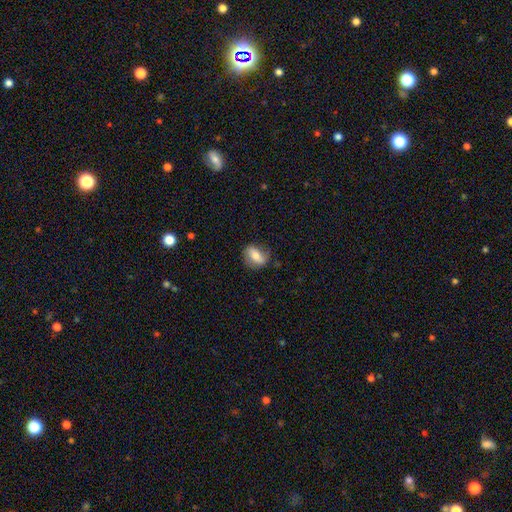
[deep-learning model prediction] The model was most divided on "smooth or featured": smooth: 60%, featured or disk: 32%, star or artifact: 8%. More confident: merging — none (71%); how rounded — in between (69%).